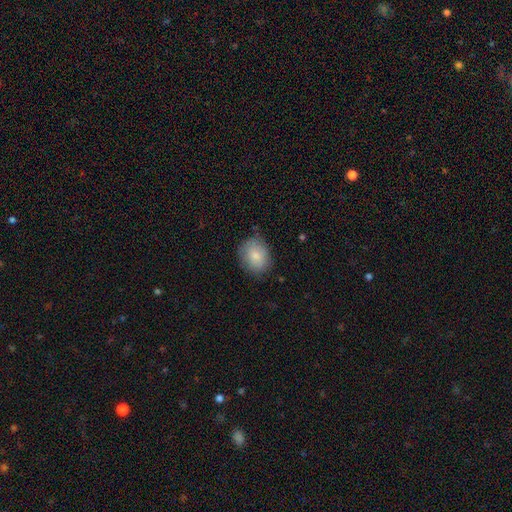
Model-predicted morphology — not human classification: type=smooth (81%); roundness=in between (53%); merging=none (74%).